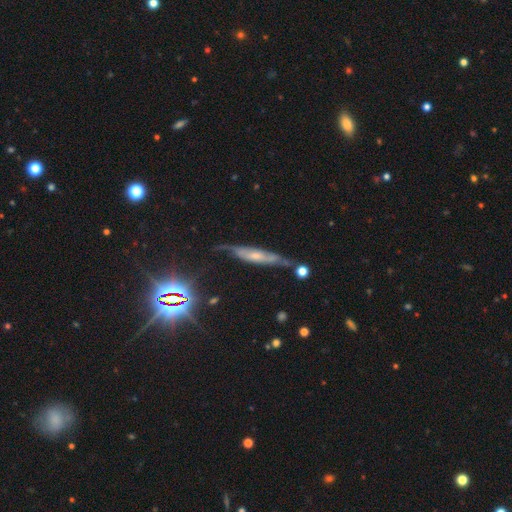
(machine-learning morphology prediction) A featured or disk galaxy (61%) viewed edge-on (60%). Merging: none (55%).